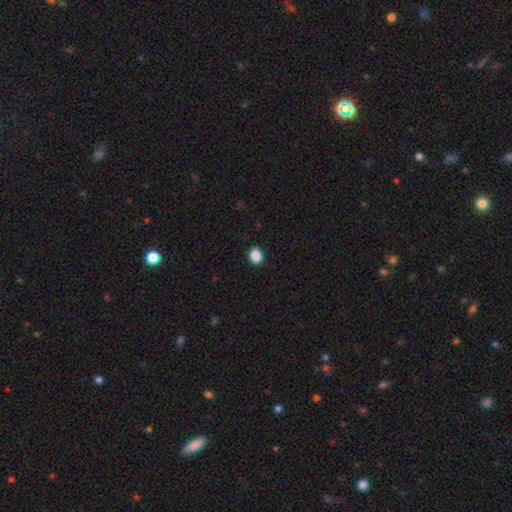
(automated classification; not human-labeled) smooth 89%, star or artifact 9%, featured or disk 2%. Down the decision tree: how rounded — round (50%); merging — none (91%).